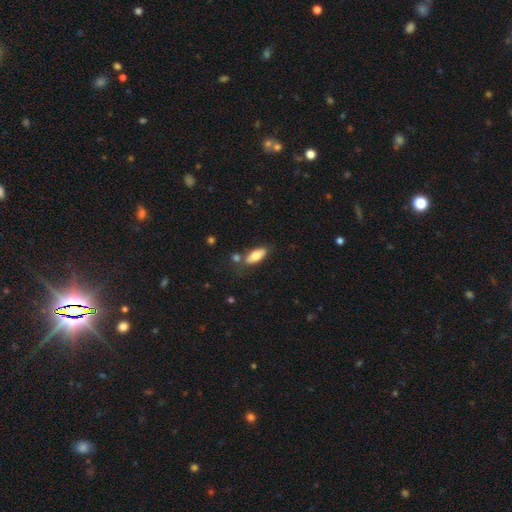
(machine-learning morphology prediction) Smooth or featured: smooth — 75% (featured or disk — 19%)
How rounded: in between — 80% (cigar-shaped — 17%)
Merging: none — 71% (minor disturbance — 15%)